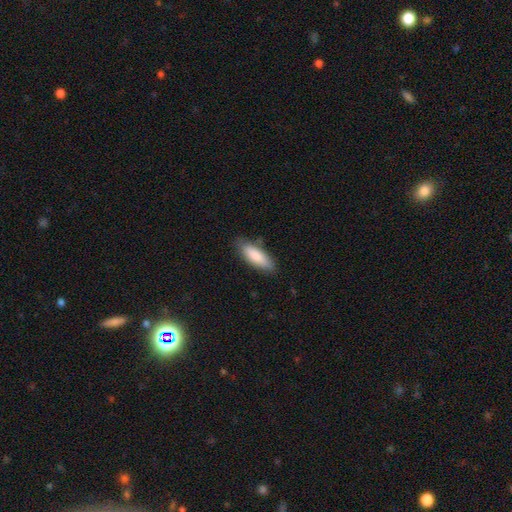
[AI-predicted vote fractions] This appears to be a smooth galaxy with no disk features (86%) that is in between round and cigar-shaped (61%). Merging: none (80%).